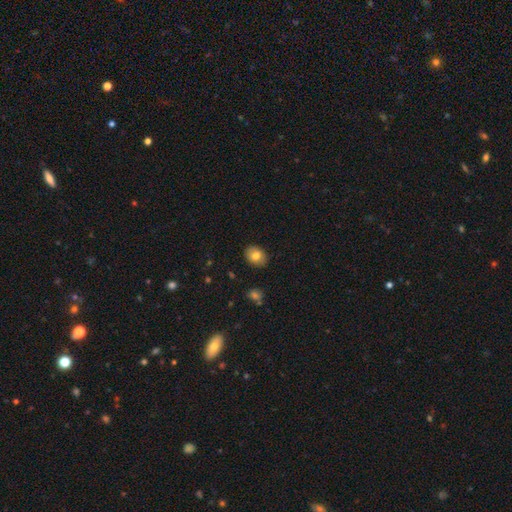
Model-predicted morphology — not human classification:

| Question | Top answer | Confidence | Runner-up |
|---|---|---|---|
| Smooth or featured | smooth | 78% | featured or disk (13%) |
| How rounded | in between | 66% | round (33%) |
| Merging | none | 87% | minor disturbance (10%) |